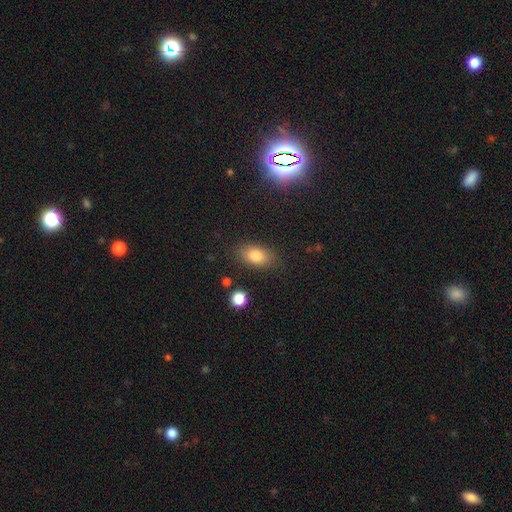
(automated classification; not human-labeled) This appears to be a smooth galaxy with no disk features (81%) that is in between round and cigar-shaped (86%). Merging: none (83%).